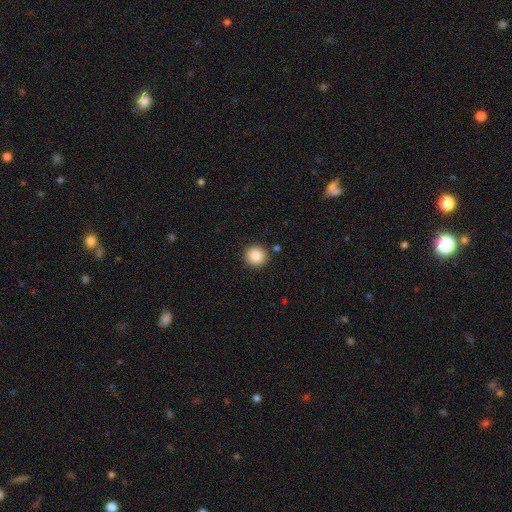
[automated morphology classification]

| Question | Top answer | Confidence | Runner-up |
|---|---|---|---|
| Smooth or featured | smooth | 86% | star or artifact (9%) |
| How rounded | round | 94% | in between (5%) |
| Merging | none | 90% | minor disturbance (6%) |